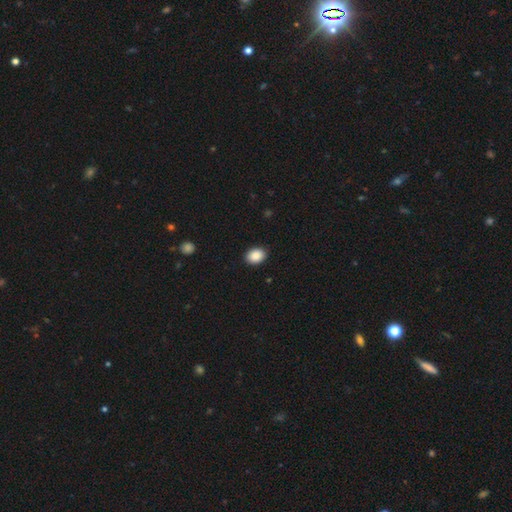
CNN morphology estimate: smooth-or-featured: smooth: 89% | star or artifact: 8% | featured or disk: 3%
  how-rounded: in between: 66% | round: 33% | cigar-shaped: 1%
  merging: none: 90% | minor disturbance: 7% | major disturbance: 2% | merger: 1%